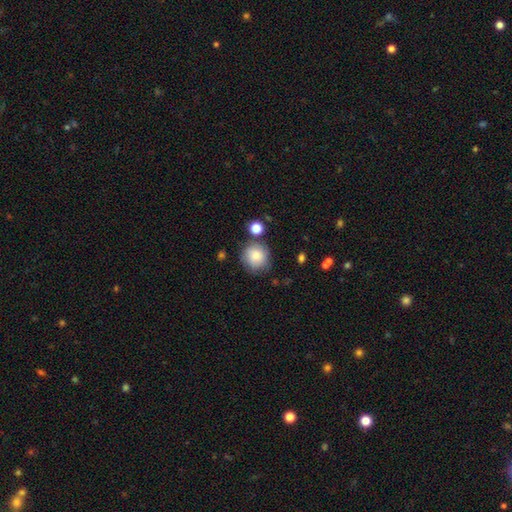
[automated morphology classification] Smooth or featured?
  - smooth: 81% *
  - featured or disk: 11%
  - star or artifact: 9%
How rounded?
  - round: 89% *
  - in between: 10%
  - cigar-shaped: 1%
Merging?
  - none: 72% *
  - minor disturbance: 16%
  - merger: 7%
  - major disturbance: 5%